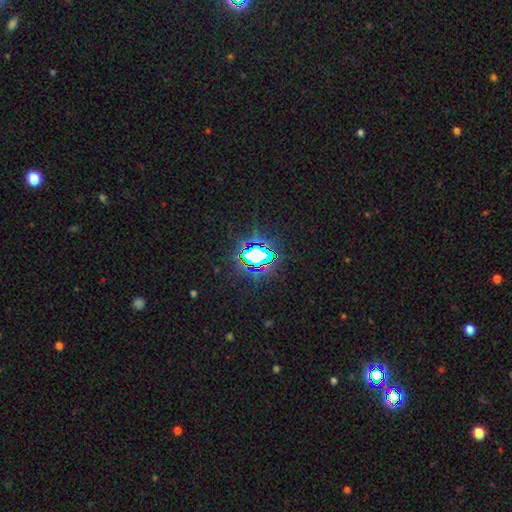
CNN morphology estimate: This appears to be a star or artifact, not a galaxy (74%).